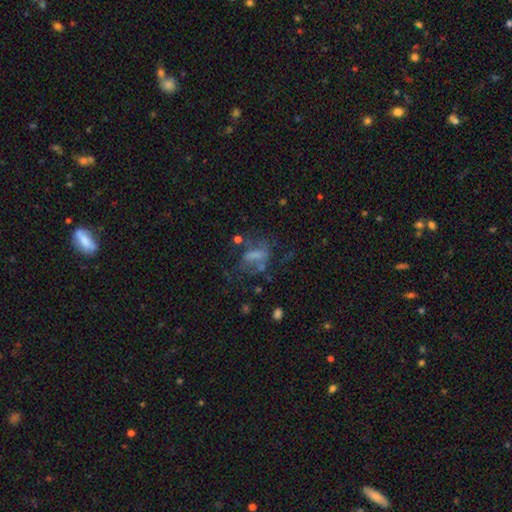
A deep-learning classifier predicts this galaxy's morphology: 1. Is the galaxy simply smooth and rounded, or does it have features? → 43% featured or disk, 40% smooth, 17% star or artifact.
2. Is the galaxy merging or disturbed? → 40% major disturbance, 31% none, 19% minor disturbance, 9% merger.